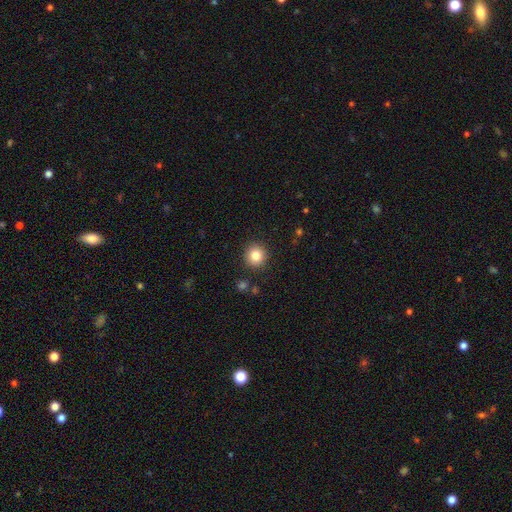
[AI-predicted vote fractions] smooth_or_featured: smooth (p=0.83) [alt: star or artifact p=0.10]
how_rounded: round (p=0.92) [alt: in between p=0.07]
merging: none (p=0.91) [alt: minor disturbance p=0.06]